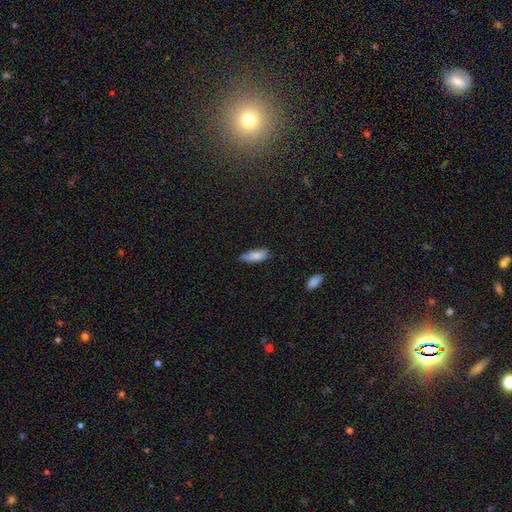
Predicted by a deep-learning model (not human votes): A smooth galaxy with no disk features (81%) that is in between round and cigar-shaped (76%). Merging: none (60%).